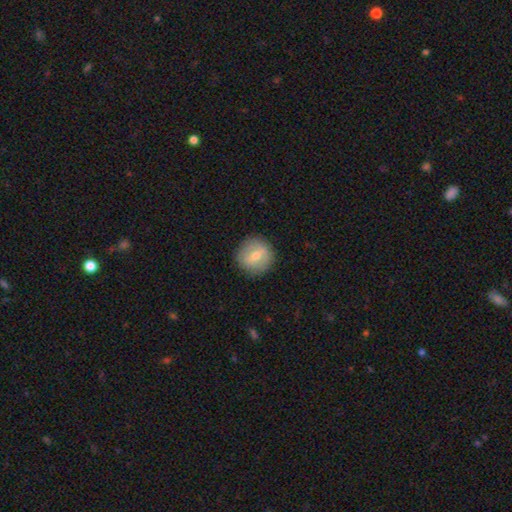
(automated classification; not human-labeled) Smooth or featured? Predicted: smooth (p=0.55). How rounded? Predicted: round (p=0.92). Merging? Predicted: none (p=0.88).